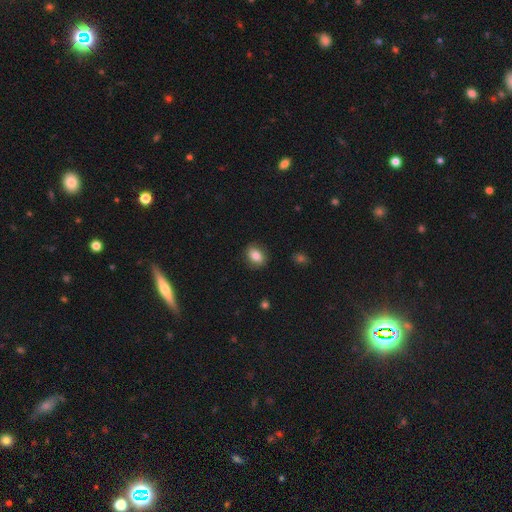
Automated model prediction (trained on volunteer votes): This appears to be a smooth galaxy with no disk features (83%) that is in between round and cigar-shaped (59%). Merging: none (86%).